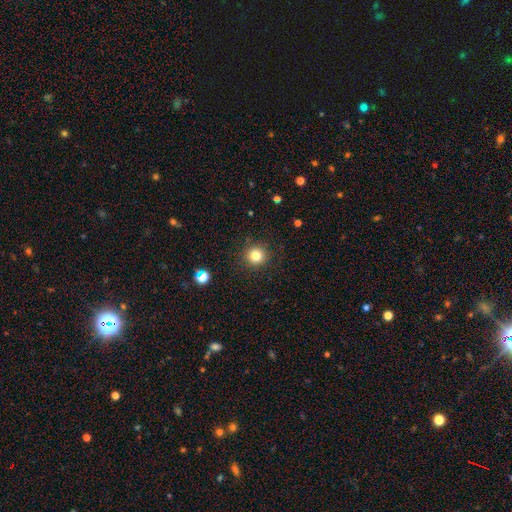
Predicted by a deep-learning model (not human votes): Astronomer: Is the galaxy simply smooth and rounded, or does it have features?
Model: smooth — 81%.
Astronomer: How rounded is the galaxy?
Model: round — 94%.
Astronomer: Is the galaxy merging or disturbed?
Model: none — 90%.